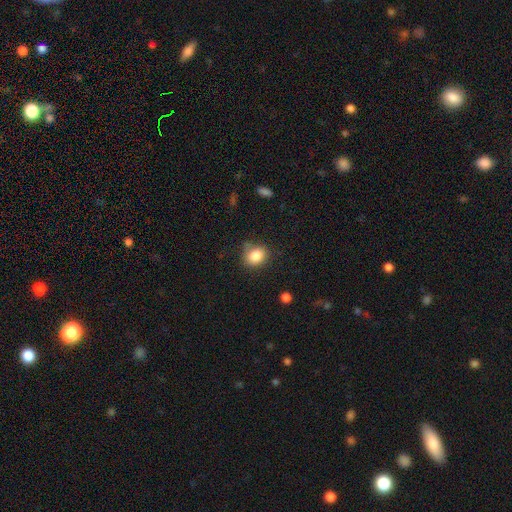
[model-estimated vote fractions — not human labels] The model was most divided on "how rounded": round: 56%, in between: 43%, cigar-shaped: 1%. More confident: smooth or featured — smooth (84%); merging — none (73%).